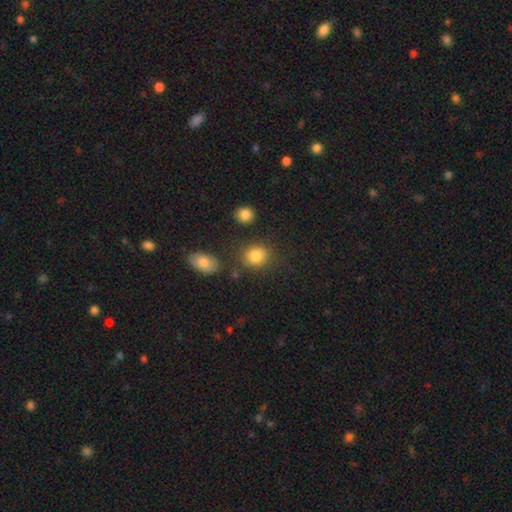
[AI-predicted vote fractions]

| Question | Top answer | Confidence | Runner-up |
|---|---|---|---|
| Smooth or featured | smooth | 83% | star or artifact (11%) |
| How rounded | round | 67% | in between (31%) |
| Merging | none | 75% | minor disturbance (12%) |